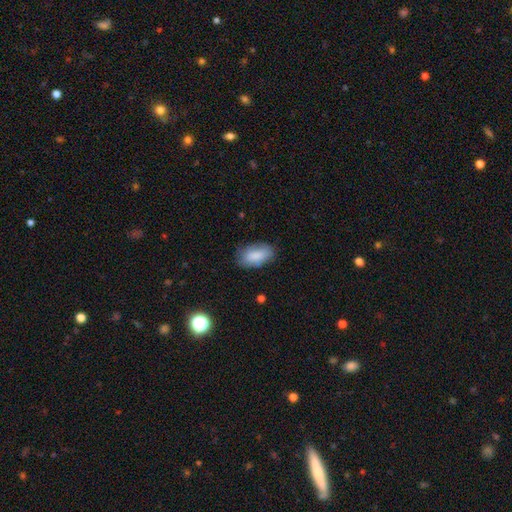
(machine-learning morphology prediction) Overall: smooth (85%). How rounded: in between (93%). Merging: none (75%).